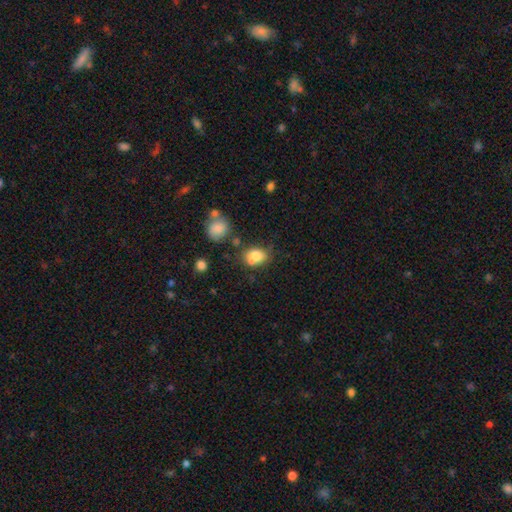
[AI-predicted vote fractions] A smooth galaxy with no disk features (79%) that is in between round and cigar-shaped (61%). Merging: none (51%).